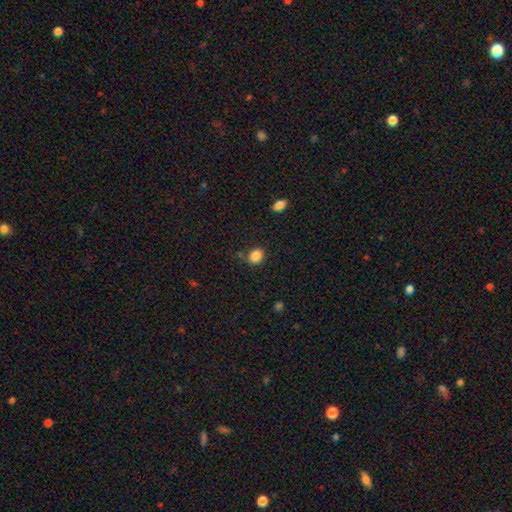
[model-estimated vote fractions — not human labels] This is clearly a smooth galaxy (86%). How rounded: likely round (70%). Merging: likely none (76%).